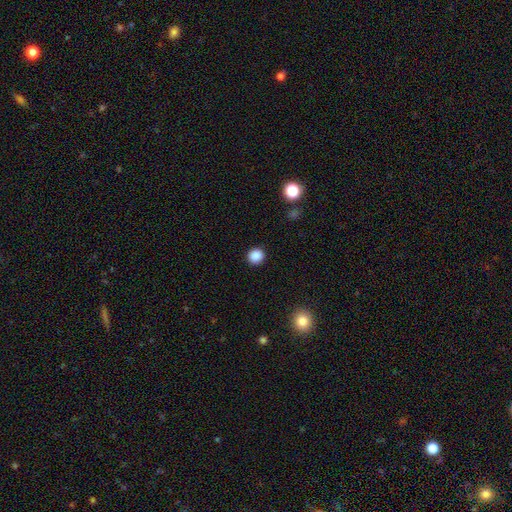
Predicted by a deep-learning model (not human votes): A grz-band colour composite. It shows a smooth galaxy with no disk features (87%) that is round (88%). Merging: none (91%).